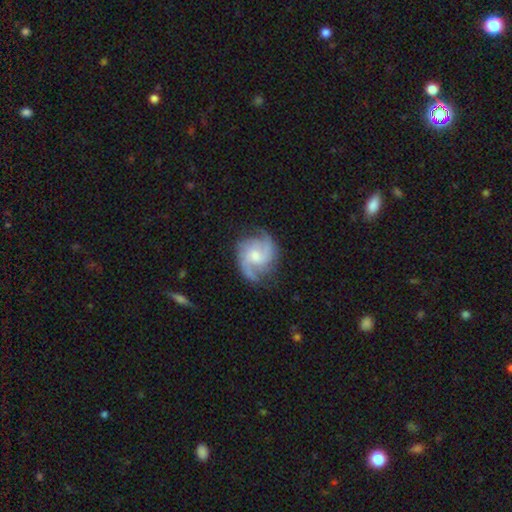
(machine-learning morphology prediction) Q: Smooth or featured?
A: featured or disk (85%); runner-up: smooth (9%)
Q: Edge-on disk?
A: no (98%); runner-up: yes (2%)
Q: Bar?
A: no (52%); runner-up: weak (41%)
Q: Spiral arms?
A: yes (97%); runner-up: no (3%)
Q: Spiral winding?
A: medium (53%); runner-up: loose (25%)
Q: Spiral arm count?
A: 2 (62%); runner-up: 3 (19%)
Q: Bulge size?
A: moderate (48%); runner-up: small (36%)
Q: Merging?
A: none (73%); runner-up: minor disturbance (18%)